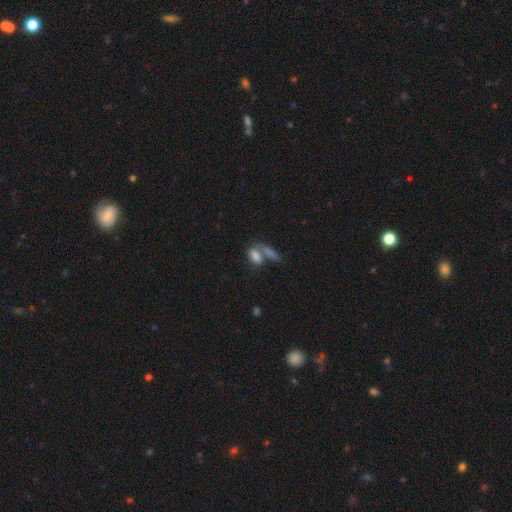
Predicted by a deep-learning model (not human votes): Smooth or featured? Predicted: smooth (p=0.78). How rounded? Predicted: in between (p=0.75). Merging? Predicted: merger (p=0.49).